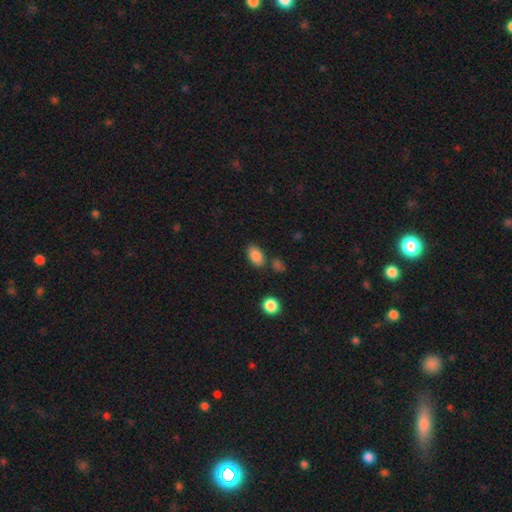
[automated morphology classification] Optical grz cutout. It shows a smooth galaxy with no disk features (86%) that is in between round and cigar-shaped (88%). Merging: none (75%).